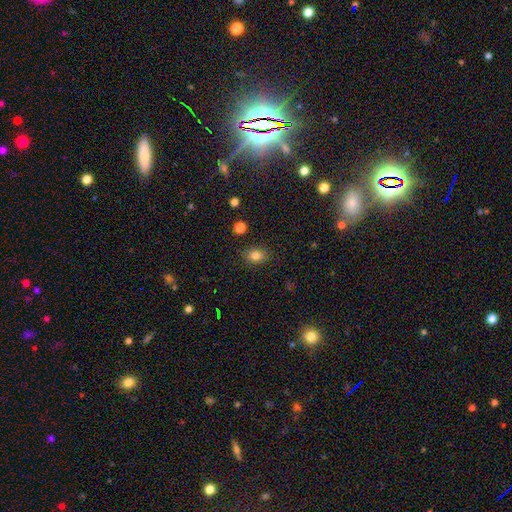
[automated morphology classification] smooth-or-featured: smooth: 82% | star or artifact: 12% | featured or disk: 7%
  how-rounded: in between: 63% | round: 36% | cigar-shaped: 1%
  merging: none: 85% | minor disturbance: 10% | major disturbance: 3% | merger: 2%